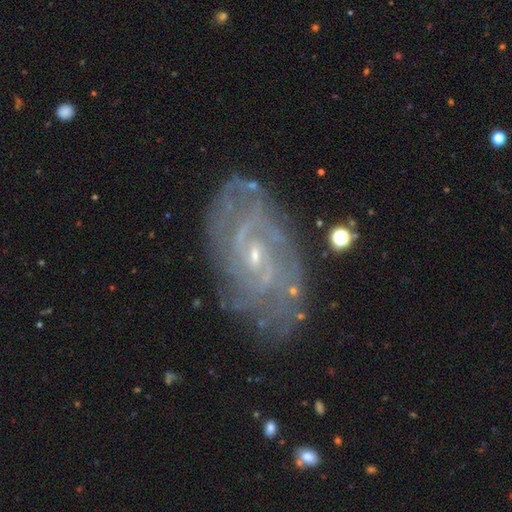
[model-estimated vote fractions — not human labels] A featured or disk galaxy (87%) with no bar (51%), tight (65%) spiral arms (95%) and a small central bulge (79%).

Vote fractions:
- Smooth or featured? featured or disk: 87% / star or artifact: 7% / smooth: 6%
- Edge-on disk? no: 96% / yes: 4%
- Bar? no: 51% / weak: 39% / strong: 10%
- Spiral arms? yes: 95% / no: 5%
- Spiral winding? tight: 65% / medium: 28% / loose: 6%
- Spiral arm count? can't tell: 32% / 2: 26% / 3: 15% / 4: 13% / more than 4: 8% / 1: 6%
- Bulge size? small: 79% / moderate: 17% / none: 2% / large: 1% / dominant: 1%
- Merging? none: 77% / minor disturbance: 16% / major disturbance: 5% / merger: 2%